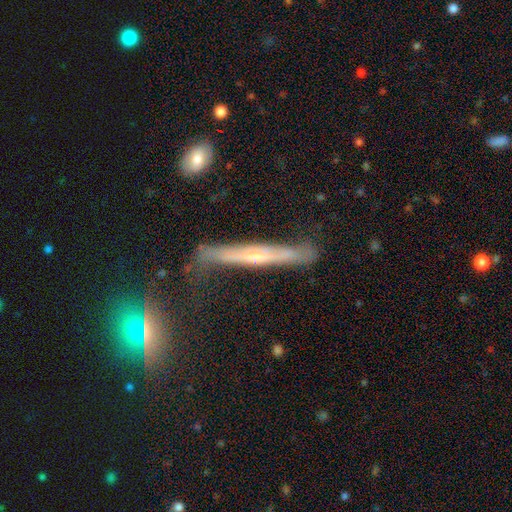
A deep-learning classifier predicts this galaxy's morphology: This appears to be a featured or disk galaxy (66%) viewed edge-on (91%) with no central bulge (46%). Merging: none (72%).